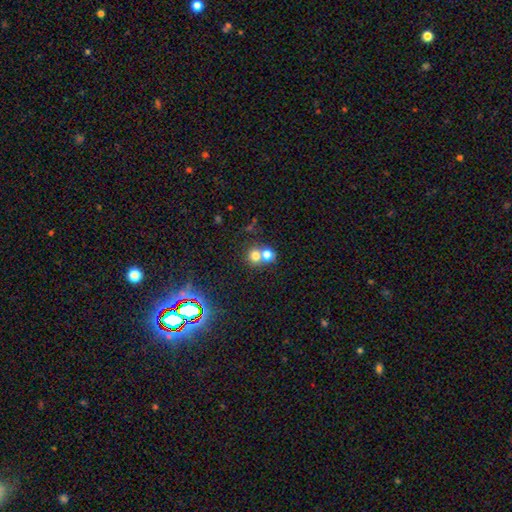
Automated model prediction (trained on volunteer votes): Smooth or featured? smooth (71%)
How rounded? round (77%)
Merging? merger (58%)